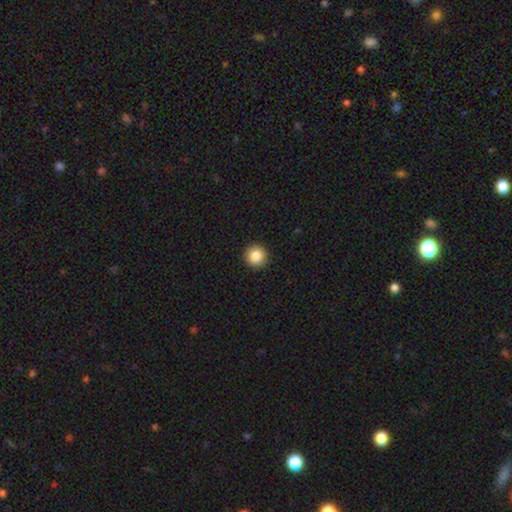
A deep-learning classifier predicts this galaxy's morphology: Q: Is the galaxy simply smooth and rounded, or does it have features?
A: smooth — 85%.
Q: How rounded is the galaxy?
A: round — 95%.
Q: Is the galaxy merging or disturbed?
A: none — 93%.